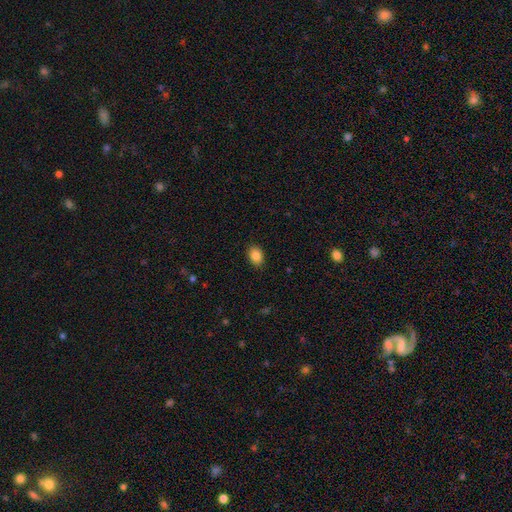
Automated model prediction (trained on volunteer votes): Smooth or featured?
  - smooth: 86% *
  - star or artifact: 9%
  - featured or disk: 5%
How rounded?
  - in between: 71% *
  - round: 28%
  - cigar-shaped: 1%
Merging?
  - none: 88% *
  - minor disturbance: 9%
  - major disturbance: 2%
  - merger: 1%